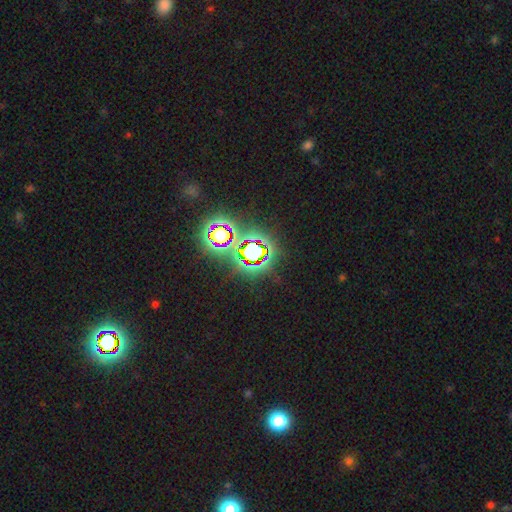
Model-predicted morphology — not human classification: smooth-or-featured: star or artifact: 72% | smooth: 17% | featured or disk: 11%